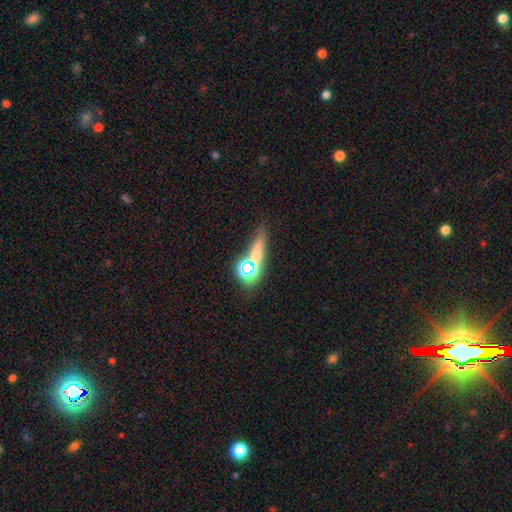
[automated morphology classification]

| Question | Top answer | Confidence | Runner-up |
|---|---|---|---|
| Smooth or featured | smooth | 48% | featured or disk (28%) |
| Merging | none | 58% | merger (22%) |